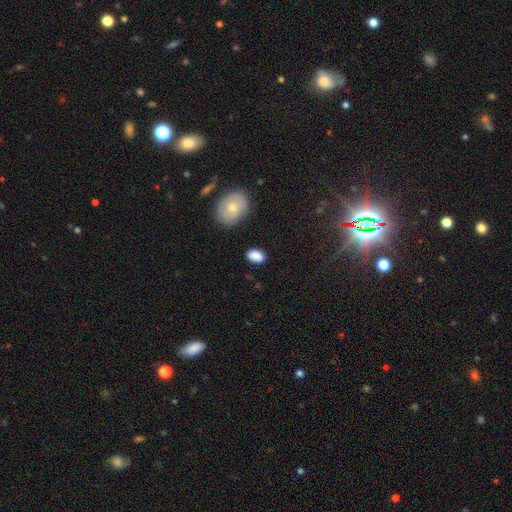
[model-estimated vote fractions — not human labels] A smooth galaxy with no disk features (86%) that is in between round and cigar-shaped (90%).

Vote fractions:
- Smooth or featured? smooth: 86% / star or artifact: 8% / featured or disk: 6%
- How rounded? in between: 90% / round: 8% / cigar-shaped: 2%
- Merging? none: 80% / minor disturbance: 14% / major disturbance: 3% / merger: 3%